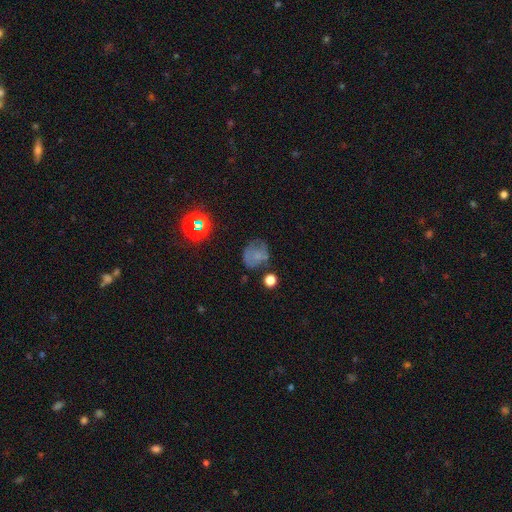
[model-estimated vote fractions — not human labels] Q: Smooth or featured?
A: smooth (59%); runner-up: featured or disk (22%)
Q: How rounded?
A: round (64%); runner-up: in between (35%)
Q: Merging?
A: none (52%); runner-up: minor disturbance (26%)